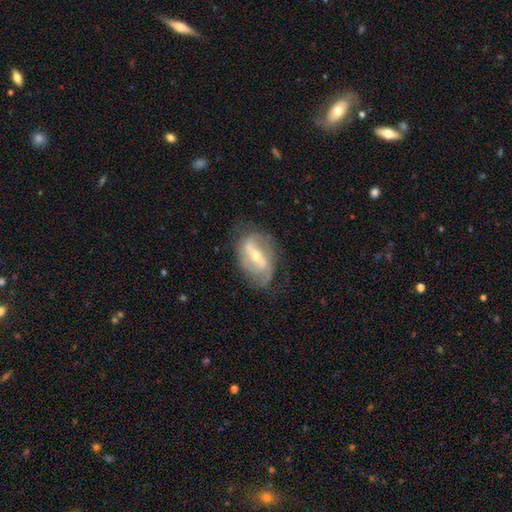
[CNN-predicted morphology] Smooth or featured? Predicted: featured or disk (p=0.82). Edge-on disk? Predicted: no (p=0.94). Bar? Predicted: strong (p=0.54). Spiral arms? Predicted: yes (p=0.87). Spiral winding? Predicted: loose (p=0.41). Spiral arm count? Predicted: 2 (p=0.76). Bulge size? Predicted: moderate (p=0.49). Merging? Predicted: none (p=0.66).